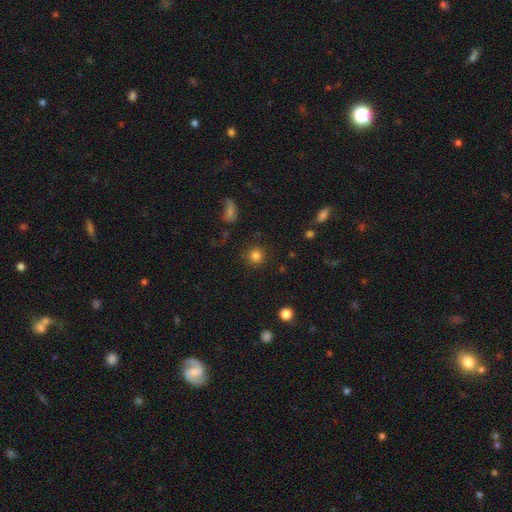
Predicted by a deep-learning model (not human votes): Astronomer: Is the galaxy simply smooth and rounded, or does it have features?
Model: smooth — 82%.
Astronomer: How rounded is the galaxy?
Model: round — 92%.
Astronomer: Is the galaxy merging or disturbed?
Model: none — 89%.